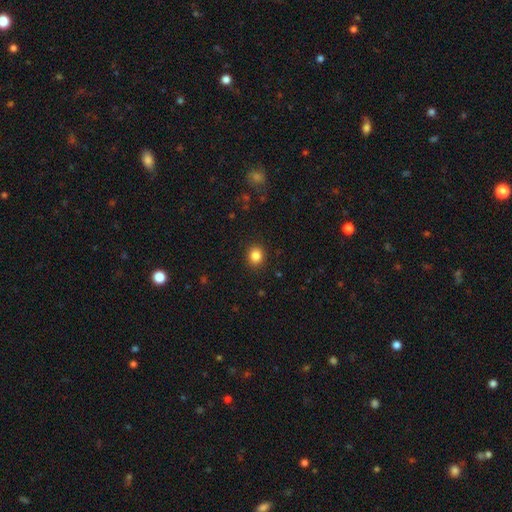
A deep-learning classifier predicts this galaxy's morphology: Smooth or featured? smooth (85%)
How rounded? round (77%)
Merging? none (91%)